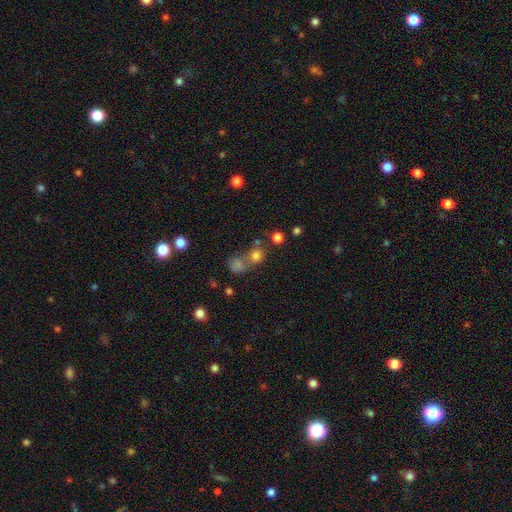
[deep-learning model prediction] Smooth or featured: smooth — 75% (star or artifact — 17%)
How rounded: round — 86% (in between — 13%)
Merging: none — 51% (merger — 38%)